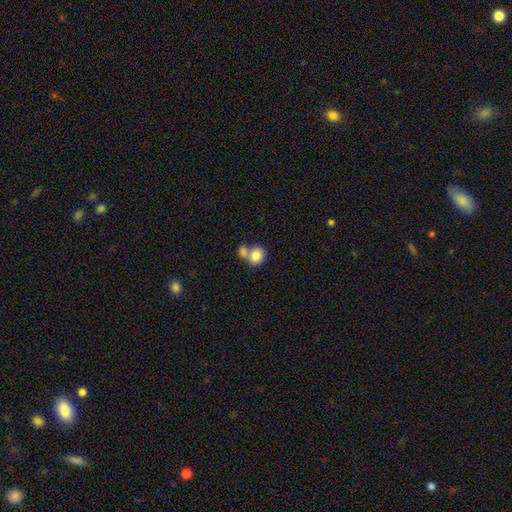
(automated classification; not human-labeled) Q: Smooth or featured?
A: smooth (80%); runner-up: featured or disk (12%)
Q: How rounded?
A: round (74%); runner-up: in between (25%)
Q: Merging?
A: merger (52%); runner-up: none (37%)